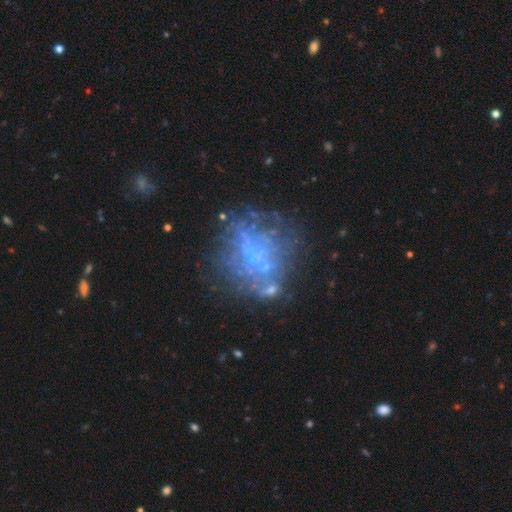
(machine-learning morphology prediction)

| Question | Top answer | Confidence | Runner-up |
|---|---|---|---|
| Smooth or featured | featured or disk | 65% | smooth (18%) |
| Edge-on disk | no | 97% | yes (3%) |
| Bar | no | 85% | weak (12%) |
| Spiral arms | no | 82% | yes (18%) |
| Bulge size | none | 63% | small (23%) |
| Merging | none | 56% | major disturbance (20%) |